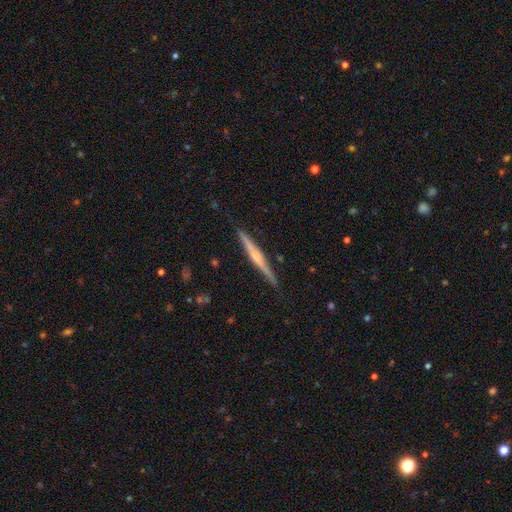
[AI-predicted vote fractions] A featured or disk galaxy (70%) viewed edge-on (98%) with a rounded central bulge (56%). Merging: none (88%).